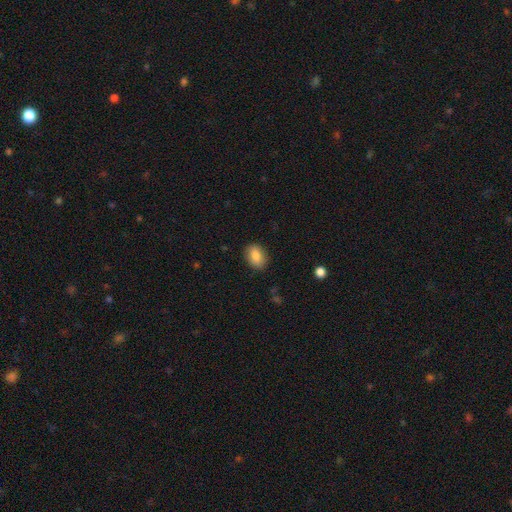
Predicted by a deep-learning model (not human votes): This is clearly a smooth galaxy (85%). How rounded: likely in between (76%). Merging: clearly none (85%).